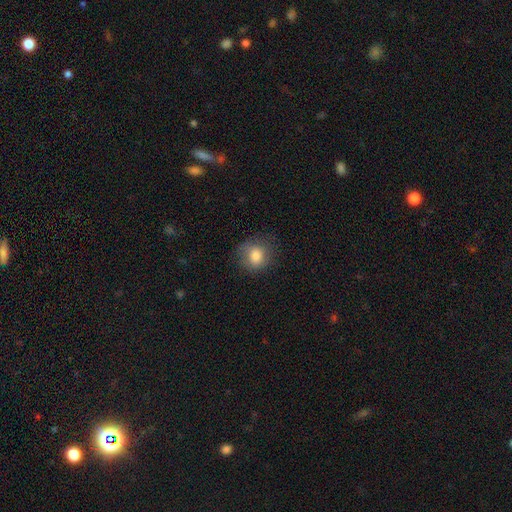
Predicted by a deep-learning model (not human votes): Smooth or featured: smooth — 81% (featured or disk — 10%)
How rounded: round — 77% (in between — 22%)
Merging: none — 76% (minor disturbance — 17%)